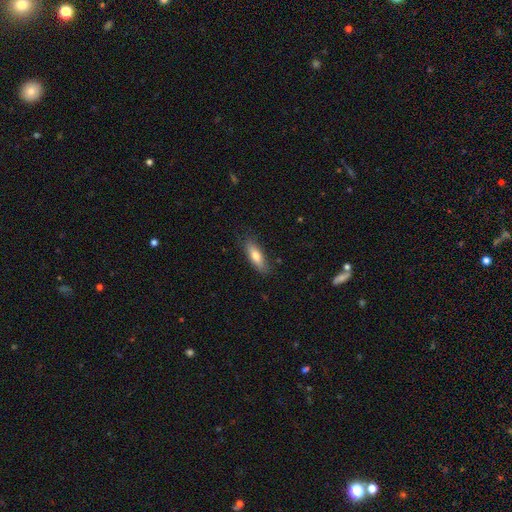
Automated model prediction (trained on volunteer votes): Smooth or featured?
  - smooth: 72% *
  - featured or disk: 21%
  - star or artifact: 6%
How rounded?
  - in between: 53% *
  - cigar-shaped: 45%
  - round: 2%
Merging?
  - none: 83% *
  - minor disturbance: 14%
  - major disturbance: 3%
  - merger: 1%